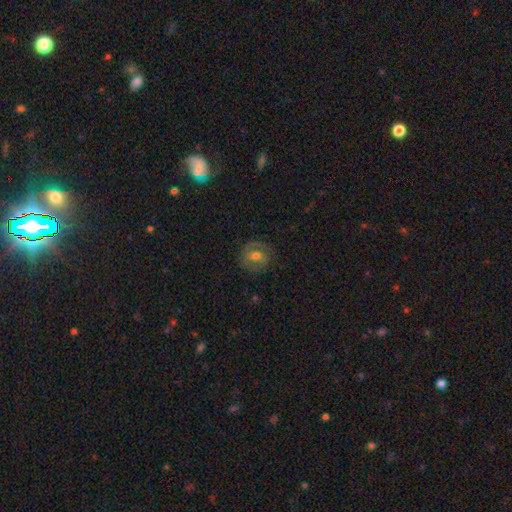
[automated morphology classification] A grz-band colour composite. It shows a featured or disk galaxy (53%) with no bar (57%), spiral arms (69%) and a moderate central bulge (72%). Merging: none (77%).